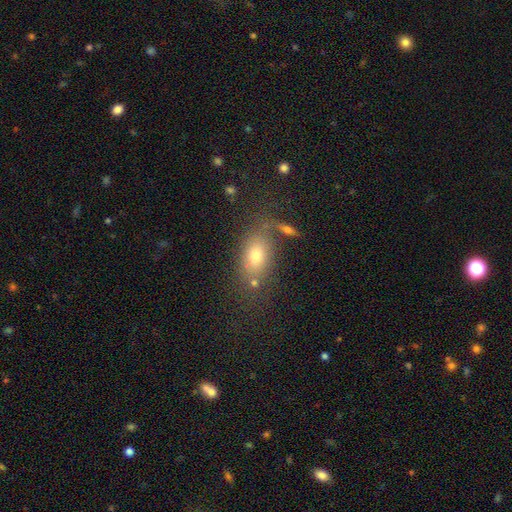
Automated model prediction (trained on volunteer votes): Smooth or featured?
  - smooth: 72% *
  - featured or disk: 15%
  - star or artifact: 12%
How rounded?
  - in between: 82% *
  - round: 12%
  - cigar-shaped: 6%
Merging?
  - none: 65% *
  - minor disturbance: 16%
  - merger: 11%
  - major disturbance: 8%